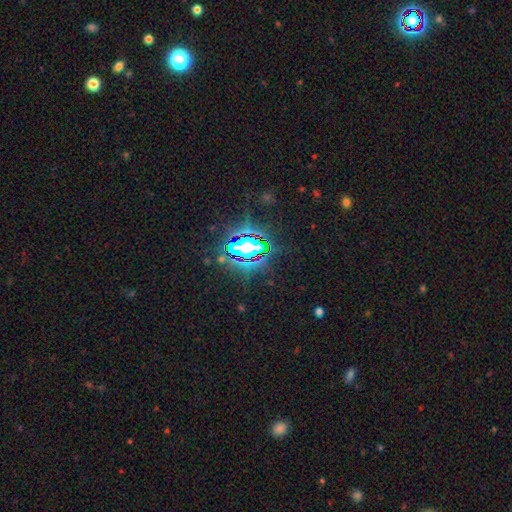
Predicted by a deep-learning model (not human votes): Smooth or featured? Predicted: star or artifact (p=0.77).